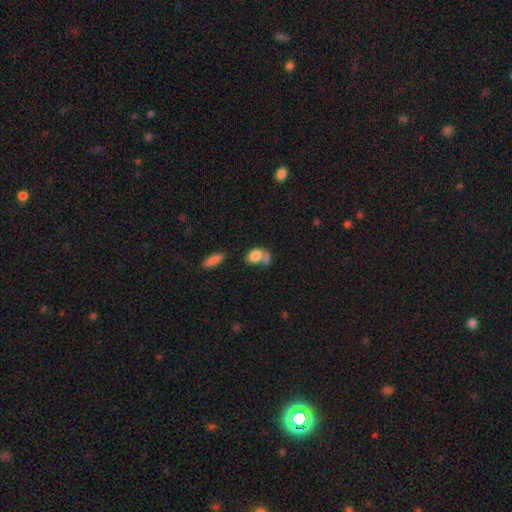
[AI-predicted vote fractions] This appears to be a smooth galaxy with no disk features (79%) that is in between round and cigar-shaped (72%). Merging: merger (45%).